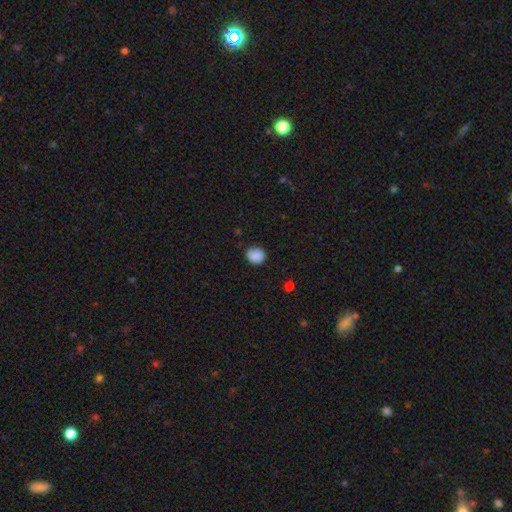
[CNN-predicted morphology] Smooth or featured: smooth — 86% (star or artifact — 9%)
How rounded: round — 77% (in between — 22%)
Merging: none — 80% (minor disturbance — 15%)